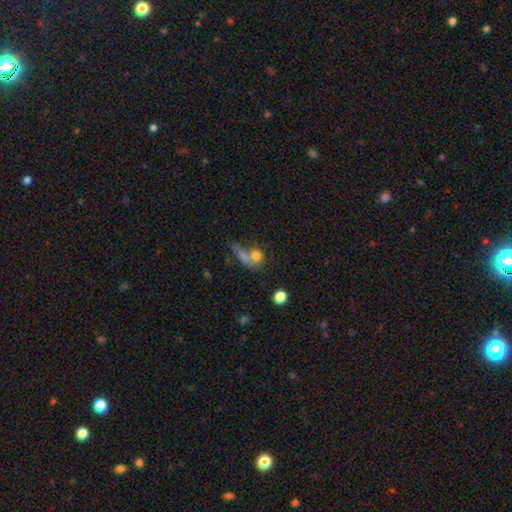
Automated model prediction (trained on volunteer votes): Smooth or featured? Predicted: smooth (p=0.73). How rounded? Predicted: round (p=0.65). Merging? Predicted: merger (p=0.42).